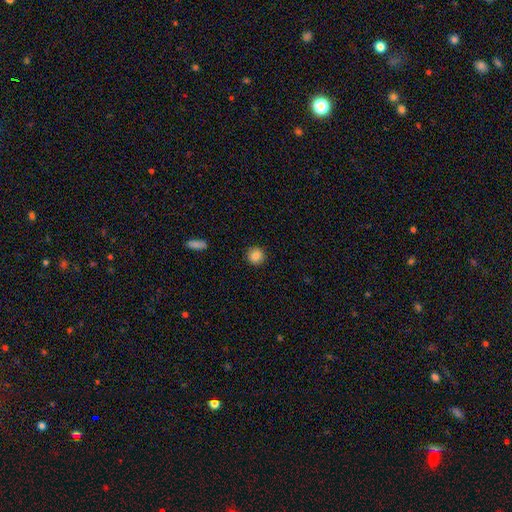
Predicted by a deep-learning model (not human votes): A smooth galaxy with no disk features (84%) that is round (91%). Merging: none (91%).